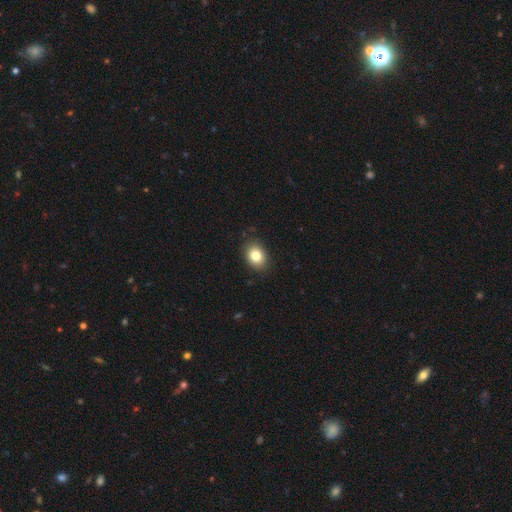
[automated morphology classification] A smooth galaxy with no disk features (82%) that is in between round and cigar-shaped (62%). Merging: none (87%).